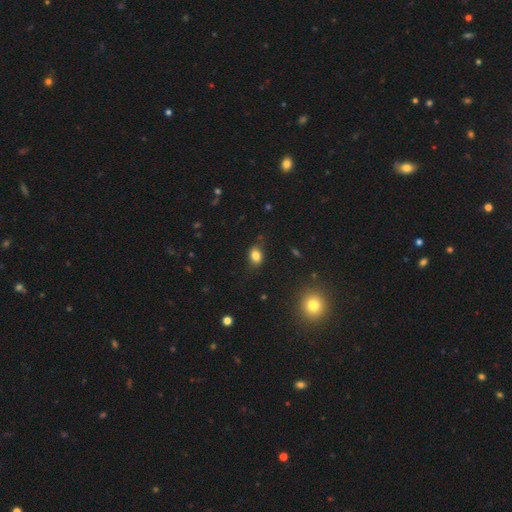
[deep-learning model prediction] A smooth galaxy with no disk features (81%) that is in between round and cigar-shaped (69%).

Vote fractions:
- Smooth or featured? smooth: 81% / star or artifact: 12% / featured or disk: 7%
- How rounded? in between: 69% / round: 30% / cigar-shaped: 1%
- Merging? none: 78% / minor disturbance: 17% / major disturbance: 4% / merger: 2%